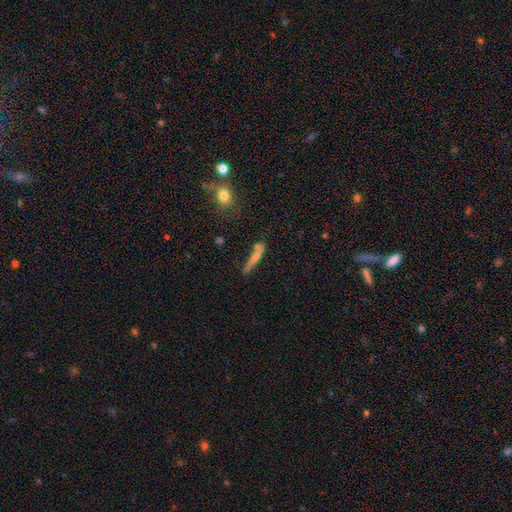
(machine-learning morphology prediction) Smooth or featured? smooth (60%)
How rounded? cigar-shaped (90%)
Merging? none (63%)